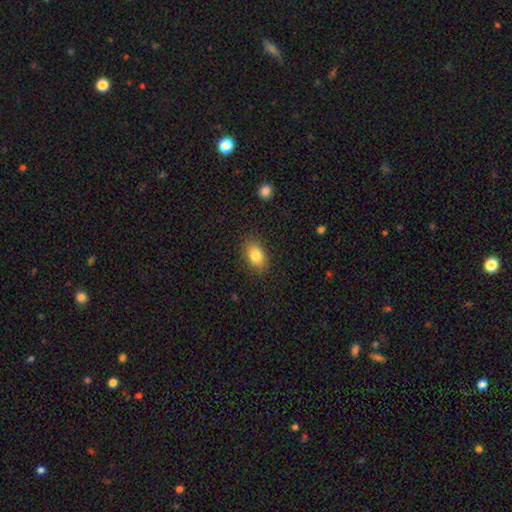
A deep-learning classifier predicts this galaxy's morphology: Smooth or featured?
  - smooth: 83% *
  - featured or disk: 9%
  - star or artifact: 8%
How rounded?
  - in between: 86% *
  - round: 12%
  - cigar-shaped: 2%
Merging?
  - none: 86% *
  - minor disturbance: 10%
  - major disturbance: 3%
  - merger: 1%